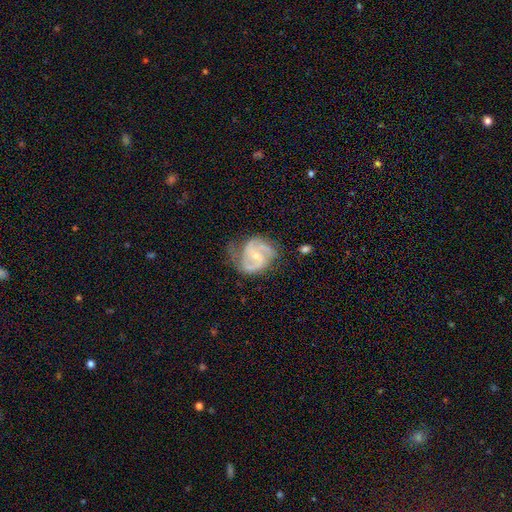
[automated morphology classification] Smooth or featured? featured or disk (89%)
Edge-on disk? no (98%)
Bar? no (52%)
Spiral arms? yes (98%)
Spiral winding? medium (53%)
Spiral arm count? 2 (66%)
Bulge size? small (58%)
Merging? none (63%)